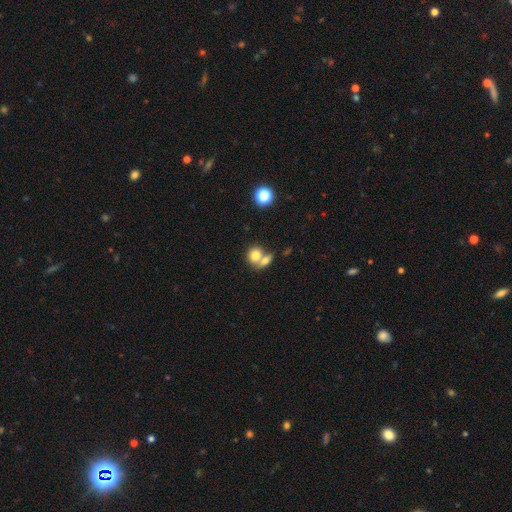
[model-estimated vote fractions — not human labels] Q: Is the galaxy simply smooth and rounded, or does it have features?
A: smooth — 77%.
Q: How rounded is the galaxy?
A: round — 66%.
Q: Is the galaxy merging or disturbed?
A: merger — 56%.